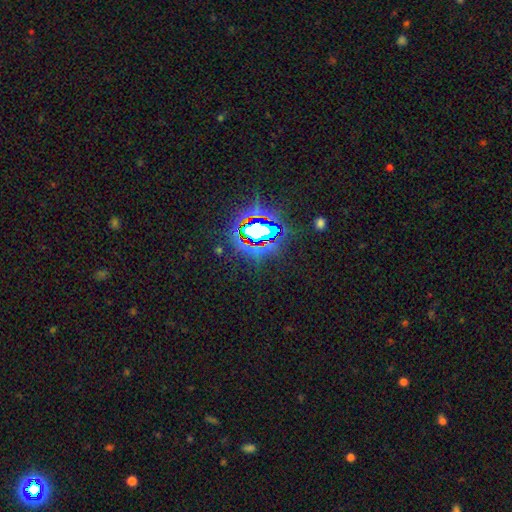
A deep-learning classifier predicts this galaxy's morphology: smooth_or_featured: star or artifact (p=0.79) [alt: smooth p=0.12]